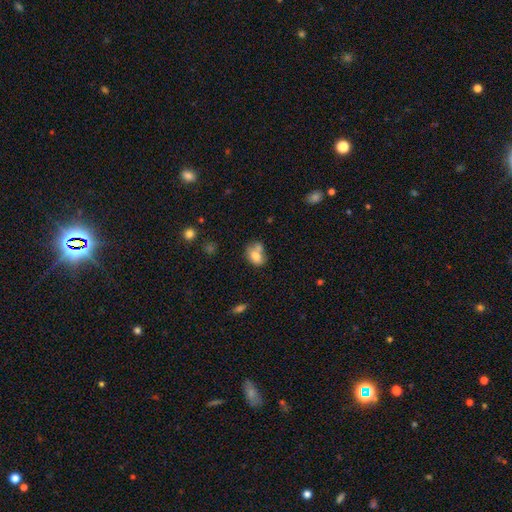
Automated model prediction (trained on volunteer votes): Smooth or featured: smooth — 74% (featured or disk — 16%)
How rounded: in between — 69% (round — 29%)
Merging: merger — 43% (none — 33%)